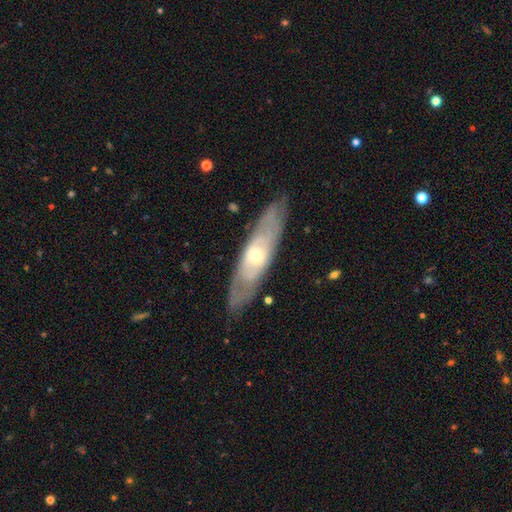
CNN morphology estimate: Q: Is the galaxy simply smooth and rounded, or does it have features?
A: featured or disk — 67%.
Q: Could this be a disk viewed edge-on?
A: no — 63%.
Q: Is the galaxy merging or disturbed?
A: none — 81%.